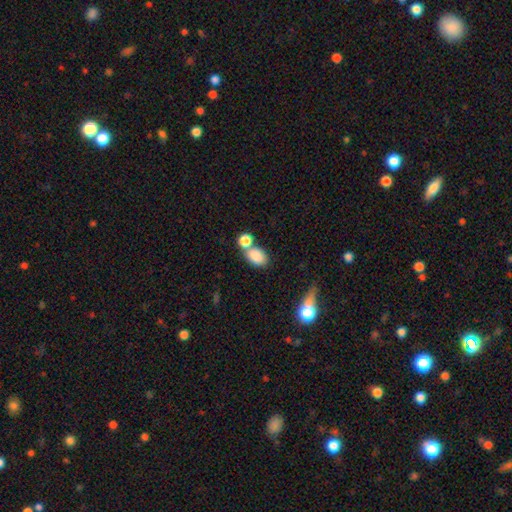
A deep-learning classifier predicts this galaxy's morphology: This appears to be a smooth galaxy with no disk features (84%) that is in between round and cigar-shaped (81%). Merging: none (47%).